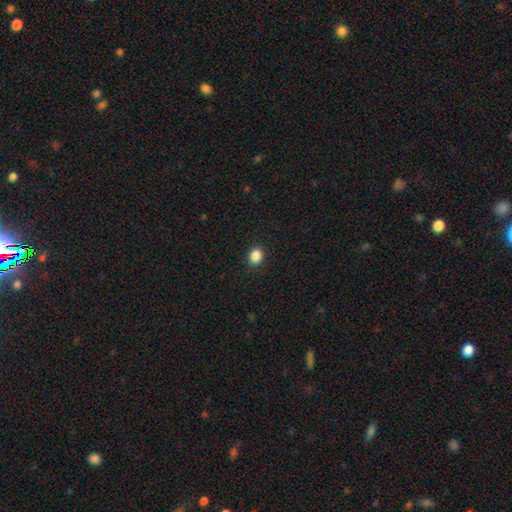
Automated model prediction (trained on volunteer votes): A smooth galaxy with no disk features (87%) that is round (65%). Merging: none (91%).